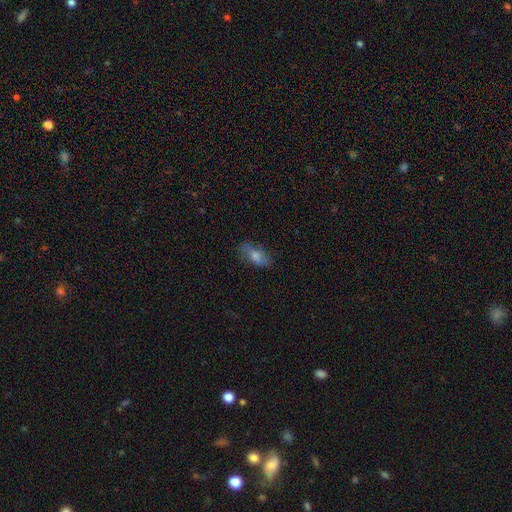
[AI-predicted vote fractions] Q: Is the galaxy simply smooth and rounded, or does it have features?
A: smooth — 58%.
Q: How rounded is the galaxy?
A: in between — 78%.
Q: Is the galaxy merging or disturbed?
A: none — 75%.